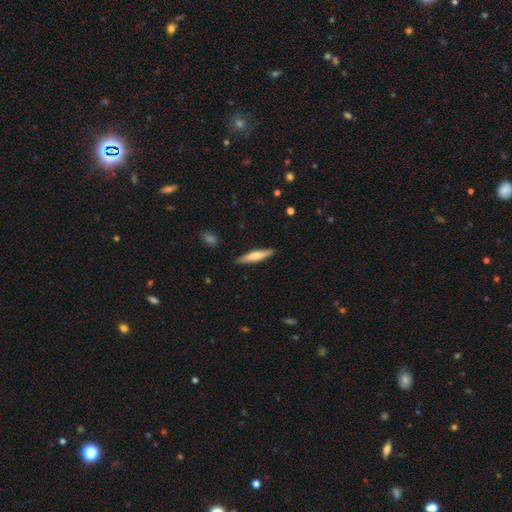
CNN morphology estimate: A smooth galaxy with no disk features (59%) that is cigar-shaped (85%).

Vote fractions:
- Smooth or featured? smooth: 59% / featured or disk: 35% / star or artifact: 6%
- How rounded? cigar-shaped: 85% / in between: 14% / round: 2%
- Merging? none: 89% / minor disturbance: 9% / major disturbance: 2% / merger: 1%